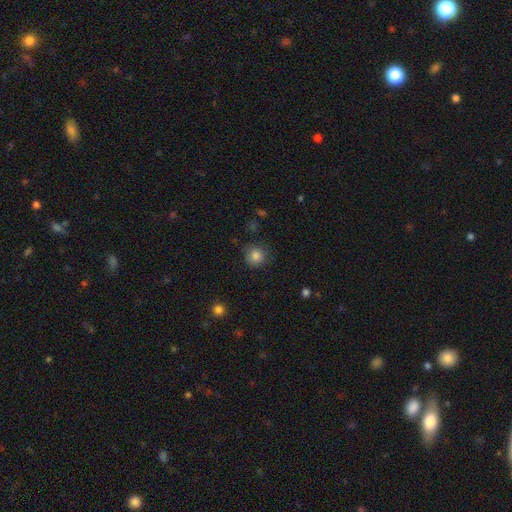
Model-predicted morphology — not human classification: type=smooth (84%); roundness=round (91%); merging=none (80%).